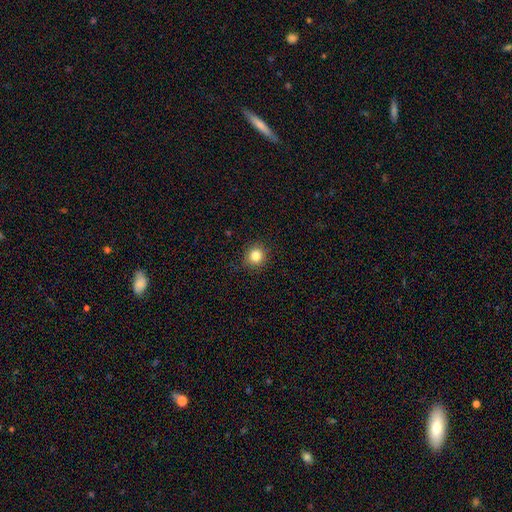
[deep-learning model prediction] Smooth or featured? smooth (83%)
How rounded? round (90%)
Merging? none (90%)